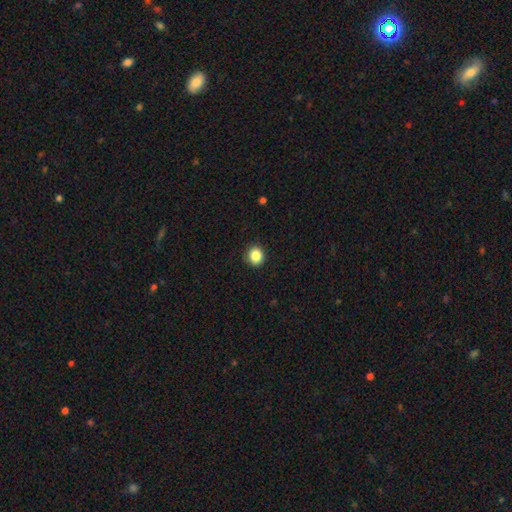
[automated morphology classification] smooth 87%, star or artifact 10%, featured or disk 4%. Down the decision tree: how rounded — round (88%); merging — none (90%).